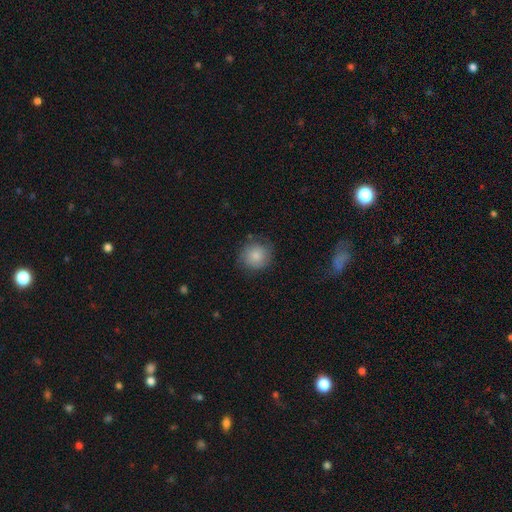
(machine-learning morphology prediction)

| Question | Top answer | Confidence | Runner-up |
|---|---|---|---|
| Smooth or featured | smooth | 80% | featured or disk (12%) |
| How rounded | round | 90% | in between (9%) |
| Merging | none | 75% | minor disturbance (18%) |